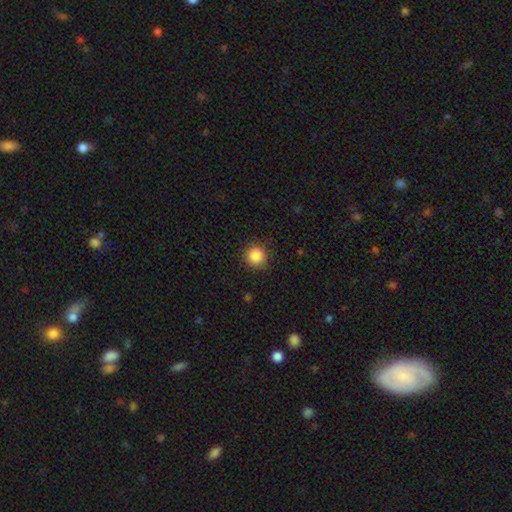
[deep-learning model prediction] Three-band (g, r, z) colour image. It shows a smooth galaxy with no disk features (87%) that is round (94%). Merging: none (88%).